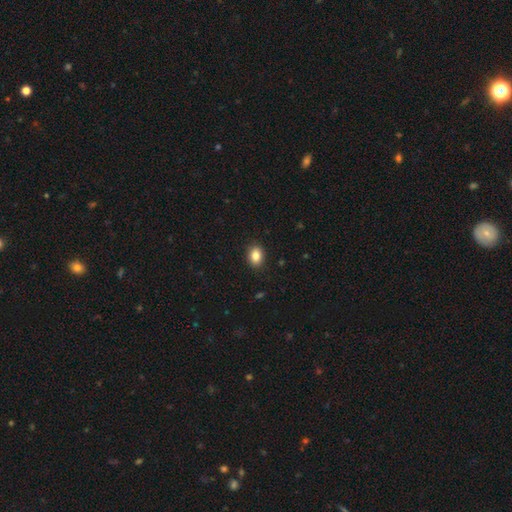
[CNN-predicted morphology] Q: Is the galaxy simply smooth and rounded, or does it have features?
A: smooth — 86%.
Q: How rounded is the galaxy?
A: in between — 66%.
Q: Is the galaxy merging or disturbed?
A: none — 90%.